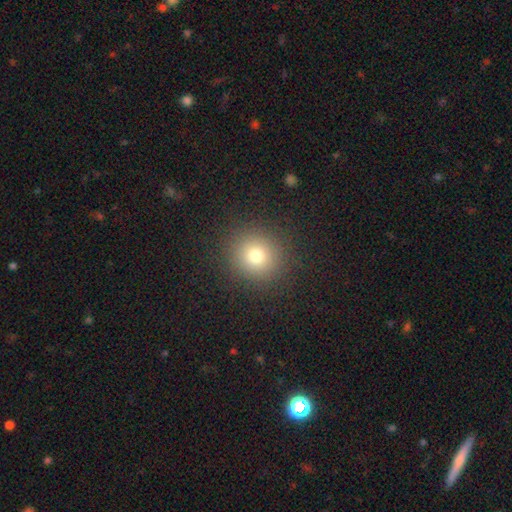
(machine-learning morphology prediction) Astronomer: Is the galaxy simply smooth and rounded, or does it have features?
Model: smooth — 77%.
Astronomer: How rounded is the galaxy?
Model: round — 90%.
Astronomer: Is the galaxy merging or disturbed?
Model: none — 90%.